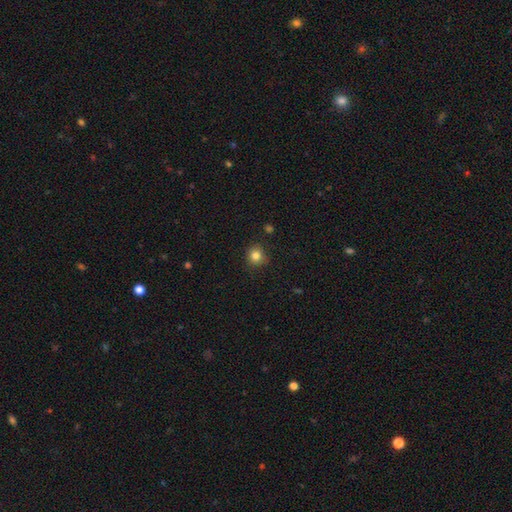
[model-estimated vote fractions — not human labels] Morphology: type=smooth (83%); roundness=round (89%); merging=none (86%).